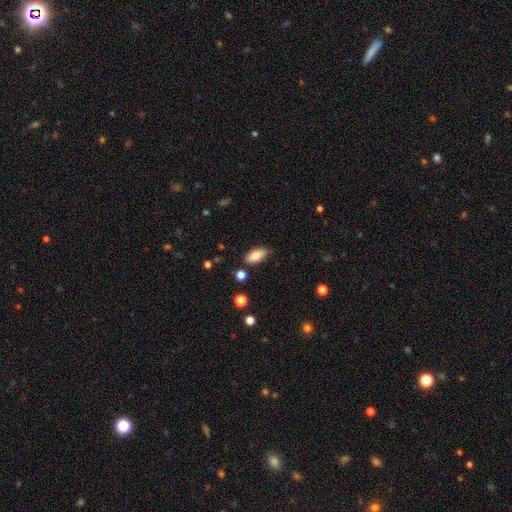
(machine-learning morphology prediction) This appears to be a smooth galaxy with no disk features (83%) that is in between round and cigar-shaped (88%). Merging: none (77%).